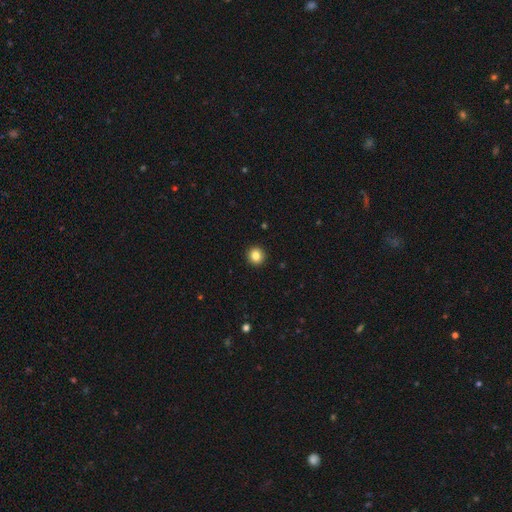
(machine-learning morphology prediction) smooth-or-featured: smooth: 85% | star or artifact: 10% | featured or disk: 5%
  how-rounded: round: 94% | in between: 5% | cigar-shaped: 1%
  merging: none: 94% | minor disturbance: 4% | major disturbance: 1% | merger: 1%